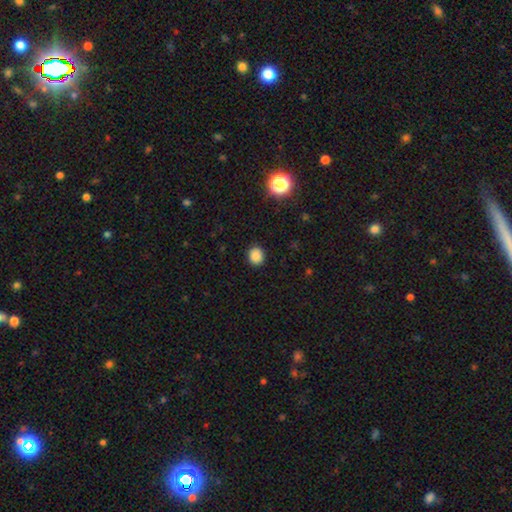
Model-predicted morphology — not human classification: Q: Smooth or featured?
A: smooth (86%); runner-up: star or artifact (11%)
Q: How rounded?
A: round (75%); runner-up: in between (24%)
Q: Merging?
A: none (90%); runner-up: minor disturbance (7%)